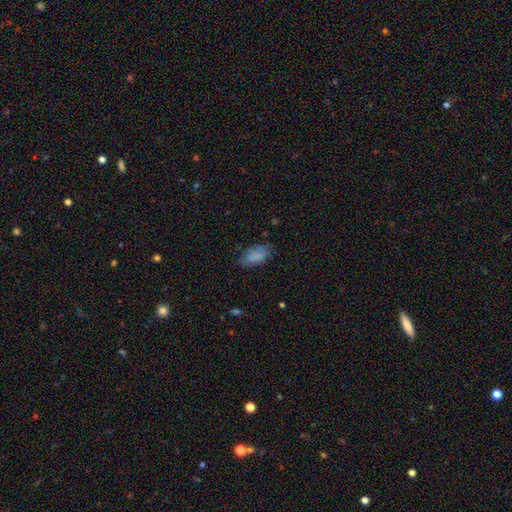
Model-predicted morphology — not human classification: A smooth galaxy with no disk features (81%) that is in between round and cigar-shaped (92%). Merging: none (67%).